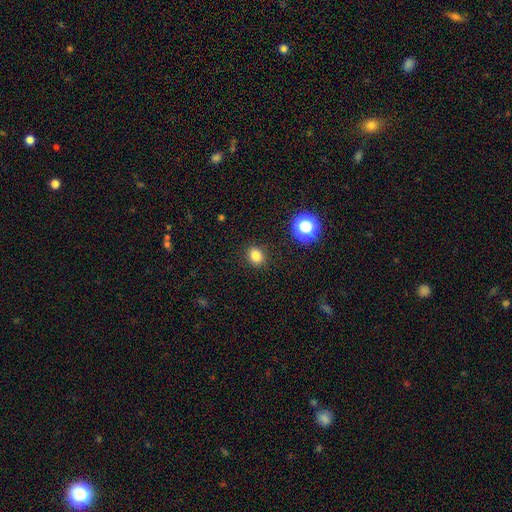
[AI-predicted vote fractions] A smooth galaxy with no disk features (82%) that is round (59%). Merging: none (89%).